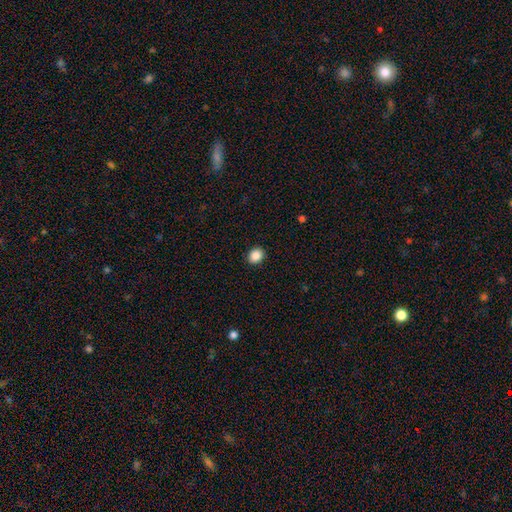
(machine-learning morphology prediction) Smooth or featured? Predicted: smooth (p=0.87). How rounded? Predicted: round (p=0.65). Merging? Predicted: none (p=0.91).